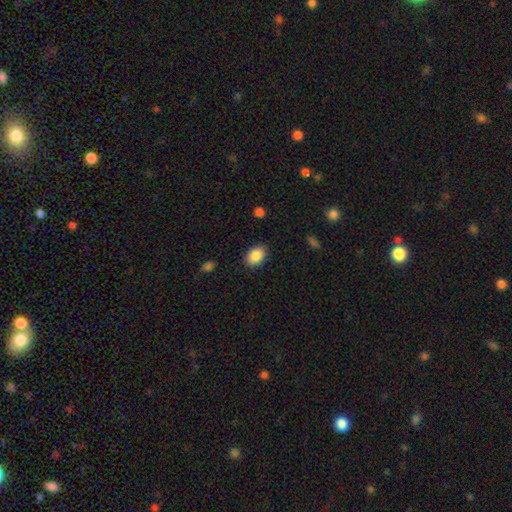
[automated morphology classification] Smooth or featured? Predicted: smooth (p=0.88). How rounded? Predicted: in between (p=0.80). Merging? Predicted: none (p=0.86).